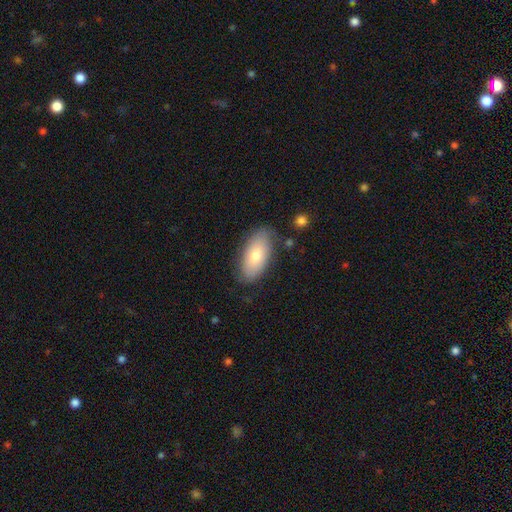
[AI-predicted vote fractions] Smooth or featured?
  - smooth: 71% *
  - featured or disk: 22%
  - star or artifact: 7%
How rounded?
  - in between: 92% *
  - cigar-shaped: 5%
  - round: 3%
Merging?
  - none: 79% *
  - minor disturbance: 16%
  - major disturbance: 3%
  - merger: 2%